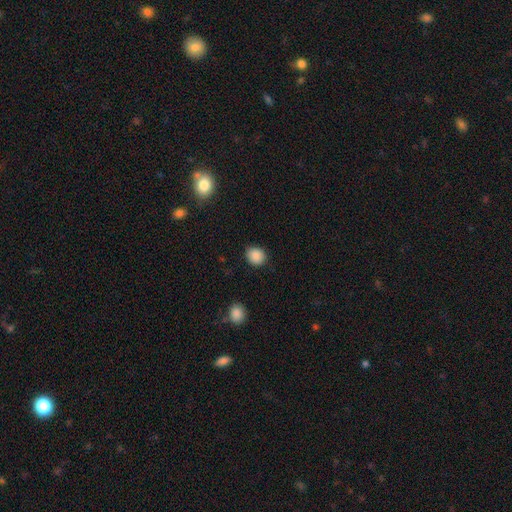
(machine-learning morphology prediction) A smooth galaxy with no disk features (88%) that is round (66%).

Vote fractions:
- Smooth or featured? smooth: 88% / star or artifact: 9% / featured or disk: 4%
- How rounded? round: 66% / in between: 33% / cigar-shaped: 1%
- Merging? none: 85% / minor disturbance: 11% / major disturbance: 3% / merger: 1%